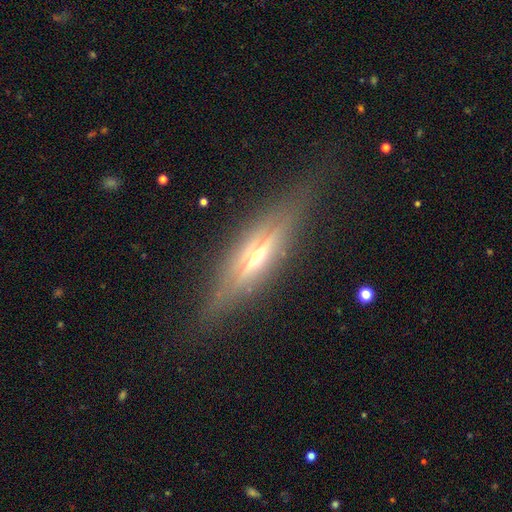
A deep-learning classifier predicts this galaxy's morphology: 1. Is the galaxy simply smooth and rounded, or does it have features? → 78% featured or disk, 15% smooth, 8% star or artifact.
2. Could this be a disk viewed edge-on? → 93% yes, 7% no.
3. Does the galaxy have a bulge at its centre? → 89% rounded, 5% none, 5% boxy.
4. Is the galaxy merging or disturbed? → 81% none, 13% minor disturbance, 5% major disturbance, 1% merger.